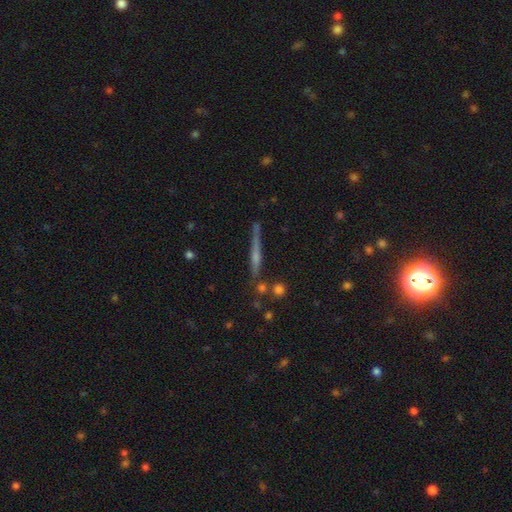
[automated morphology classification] smooth_or_featured: featured or disk (p=0.63) [alt: smooth p=0.26]
disk_edge_on: yes (p=0.96) [alt: no p=0.04]
edge_on_bulge: rounded (p=0.51) [alt: none p=0.36]
merging: none (p=0.80) [alt: minor disturbance p=0.12]